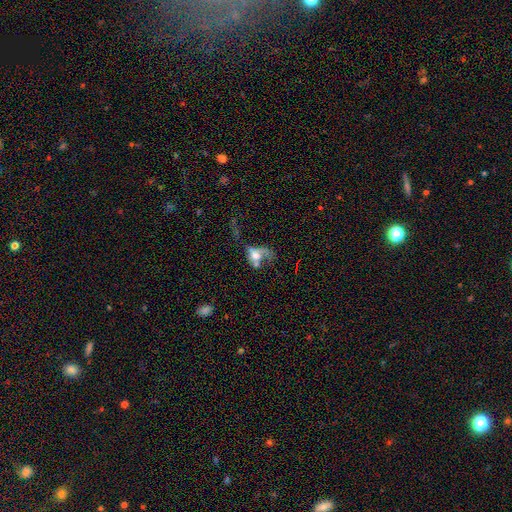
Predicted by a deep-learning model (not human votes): smooth_or_featured: smooth (p=0.44) [alt: featured or disk p=0.42]
merging: major disturbance (p=0.38) [alt: merger p=0.33]